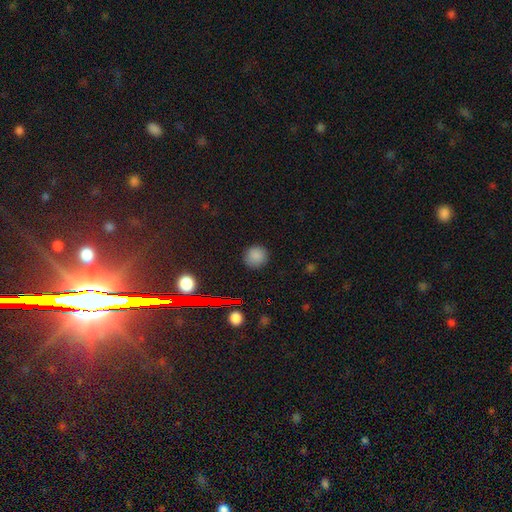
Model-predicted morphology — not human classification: Q: Smooth or featured?
A: smooth (82%); runner-up: star or artifact (14%)
Q: How rounded?
A: round (91%); runner-up: in between (8%)
Q: Merging?
A: none (89%); runner-up: minor disturbance (8%)